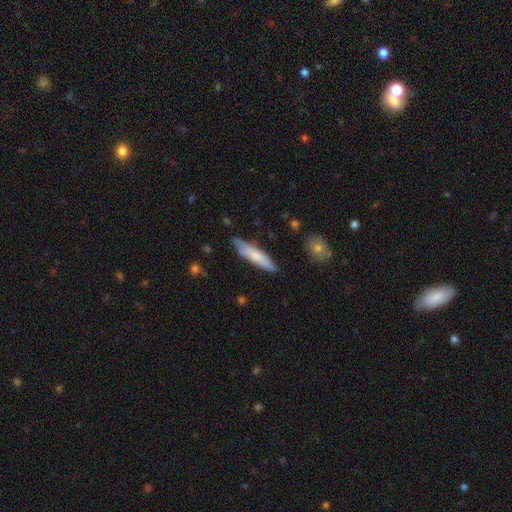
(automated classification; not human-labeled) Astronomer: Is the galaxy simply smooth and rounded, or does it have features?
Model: smooth — 69%.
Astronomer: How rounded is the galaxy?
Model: cigar-shaped — 80%.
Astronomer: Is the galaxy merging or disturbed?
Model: none — 74%.